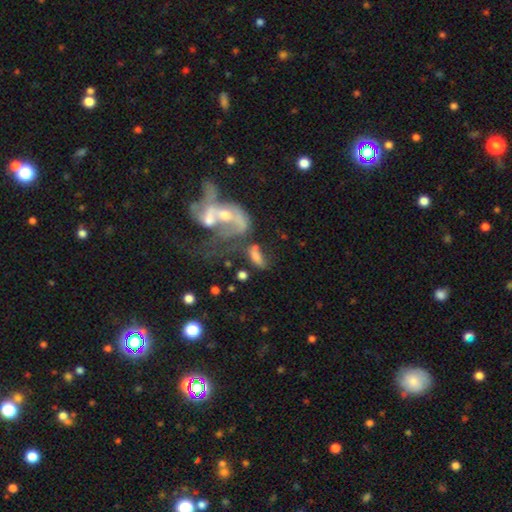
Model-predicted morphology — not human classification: type=smooth (55%); roundness=in between (78%); merging=merger (44%).